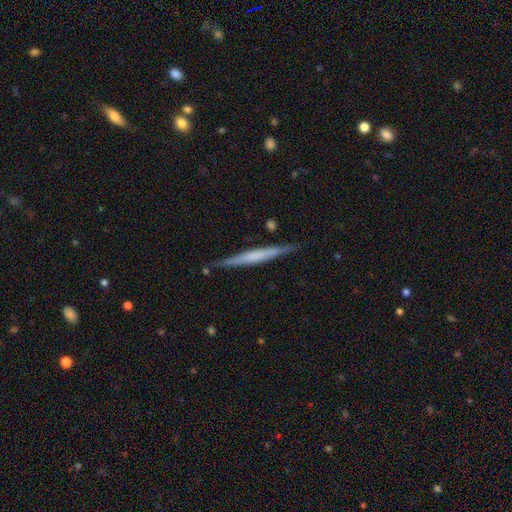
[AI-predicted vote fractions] Morphology: type=featured or disk (54%); edge-on=yes (97%); edge-on bulge=none (62%); merging=none (86%).